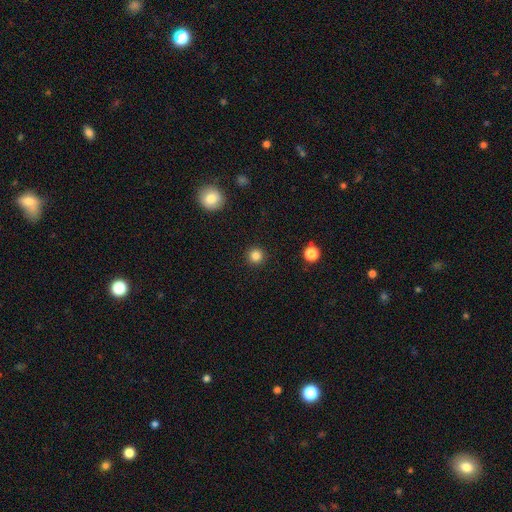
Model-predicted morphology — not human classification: Overall: smooth (84%). How rounded: round (96%). Merging: none (92%).